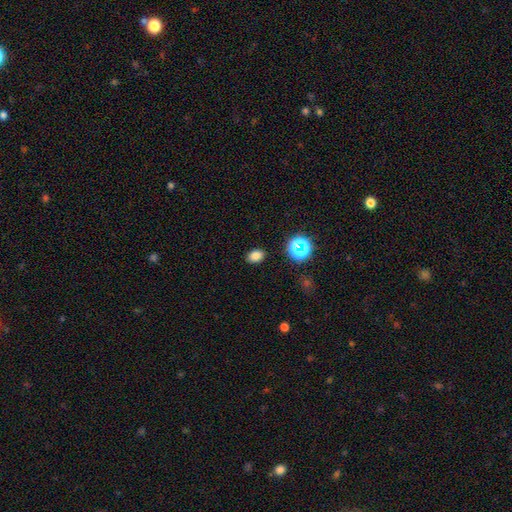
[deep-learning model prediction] smooth-or-featured: smooth: 79% | star or artifact: 16% | featured or disk: 5%
  how-rounded: in between: 78% | round: 21% | cigar-shaped: 1%
  merging: none: 88% | minor disturbance: 8% | major disturbance: 3% | merger: 2%